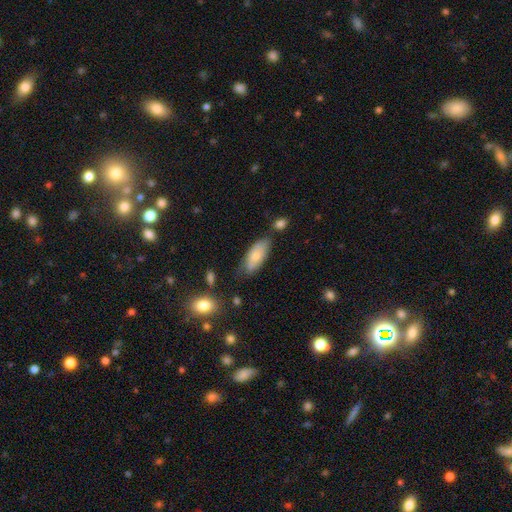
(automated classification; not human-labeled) A smooth galaxy with no disk features (73%) that is in between round and cigar-shaped (84%).

Vote fractions:
- Smooth or featured? smooth: 73% / featured or disk: 21% / star or artifact: 6%
- How rounded? in between: 84% / cigar-shaped: 14% / round: 2%
- Merging? none: 60% / minor disturbance: 27% / merger: 7% / major disturbance: 6%